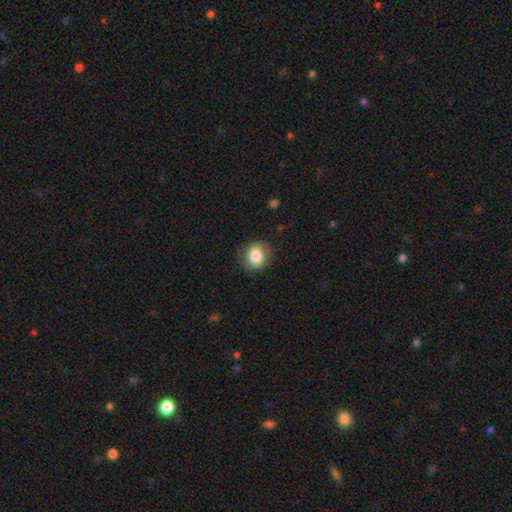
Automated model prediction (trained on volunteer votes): A smooth galaxy with no disk features (83%) that is round (69%).

Vote fractions:
- Smooth or featured? smooth: 83% / star or artifact: 9% / featured or disk: 8%
- How rounded? round: 69% / in between: 30% / cigar-shaped: 1%
- Merging? none: 82% / minor disturbance: 14% / major disturbance: 4% / merger: 1%